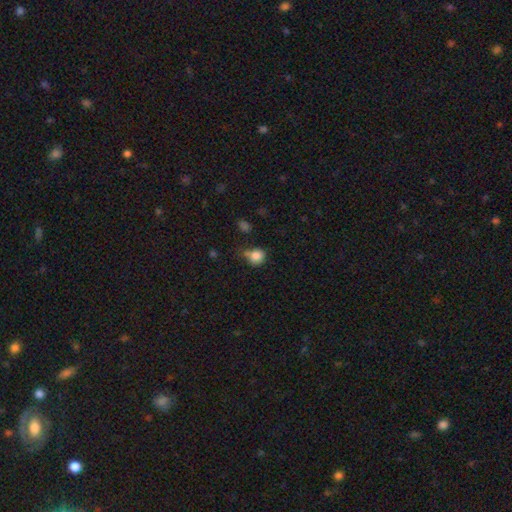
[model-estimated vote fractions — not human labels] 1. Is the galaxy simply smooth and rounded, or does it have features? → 83% smooth, 10% star or artifact, 6% featured or disk.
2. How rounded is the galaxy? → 75% round, 24% in between, 1% cigar-shaped.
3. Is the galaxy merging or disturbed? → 50% none, 28% minor disturbance, 11% merger, 10% major disturbance.